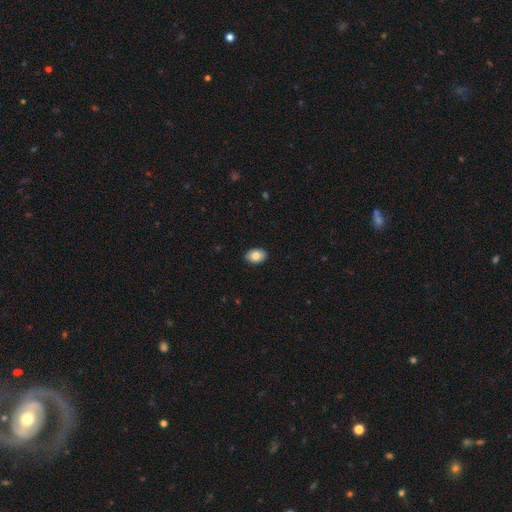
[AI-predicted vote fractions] Smooth or featured? Predicted: smooth (p=0.85). How rounded? Predicted: in between (p=0.83). Merging? Predicted: none (p=0.91).